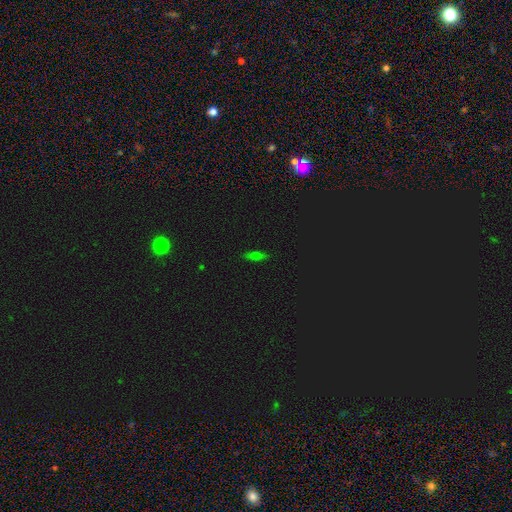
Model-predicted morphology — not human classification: A smooth galaxy with no disk features (57%) that is in between round and cigar-shaped (50%).

Vote fractions:
- Smooth or featured? smooth: 57% / featured or disk: 22% / star or artifact: 21%
- How rounded? in between: 50% / cigar-shaped: 44% / round: 6%
- Merging? none: 87% / minor disturbance: 10% / major disturbance: 2% / merger: 1%